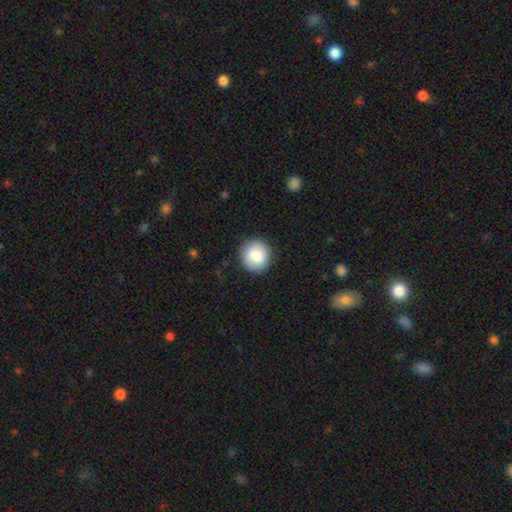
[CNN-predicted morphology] This is clearly a smooth galaxy (82%). How rounded: clearly round (90%). Merging: clearly none (89%).